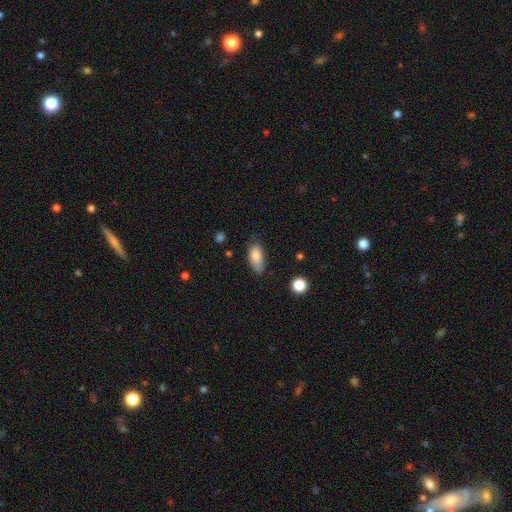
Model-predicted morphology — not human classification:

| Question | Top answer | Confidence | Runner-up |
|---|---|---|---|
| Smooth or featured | smooth | 82% | featured or disk (10%) |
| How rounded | in between | 88% | cigar-shaped (9%) |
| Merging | none | 63% | minor disturbance (29%) |